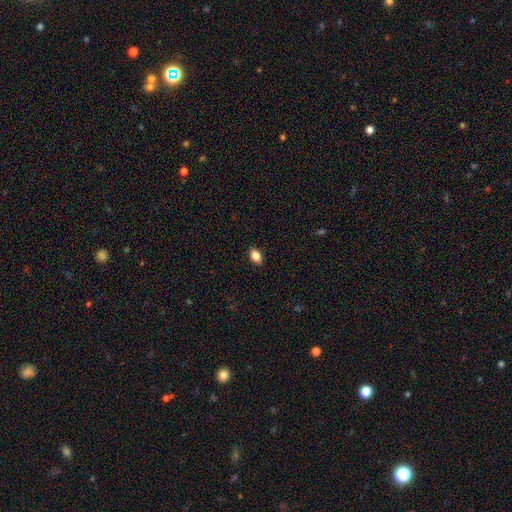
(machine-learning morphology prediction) smooth 86%, star or artifact 9%, featured or disk 6%. Down the decision tree: how rounded — in between (82%); merging — none (89%).